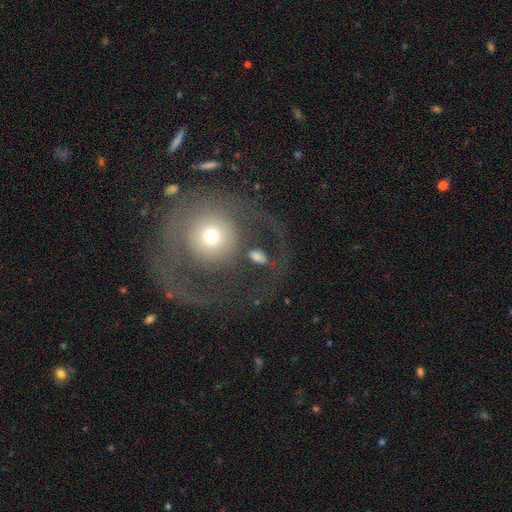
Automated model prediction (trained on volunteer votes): Overall: smooth (62%; featured or disk 27%). How rounded: in between (53%; round 44%). Merging: none (36%; major disturbance 30%).